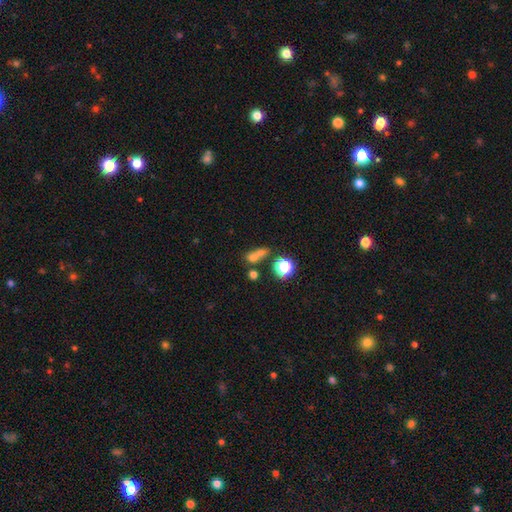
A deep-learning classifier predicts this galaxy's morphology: Smooth or featured? smooth (64%)
How rounded? round (56%)
Merging? merger (49%)